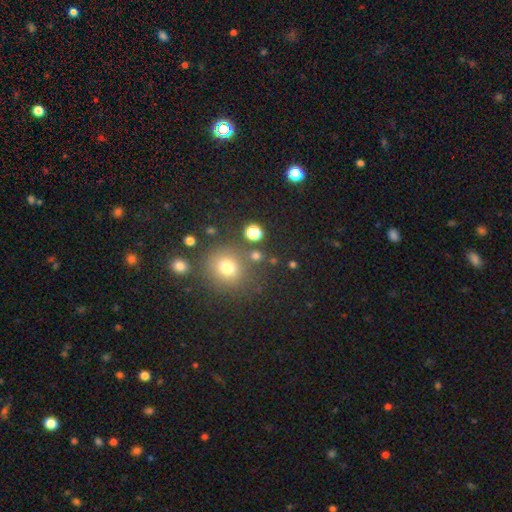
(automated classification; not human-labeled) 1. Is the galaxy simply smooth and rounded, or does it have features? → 69% smooth, 24% star or artifact, 7% featured or disk.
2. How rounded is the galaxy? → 86% round, 13% in between, 1% cigar-shaped.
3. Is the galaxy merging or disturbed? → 78% none, 9% merger, 8% minor disturbance, 4% major disturbance.